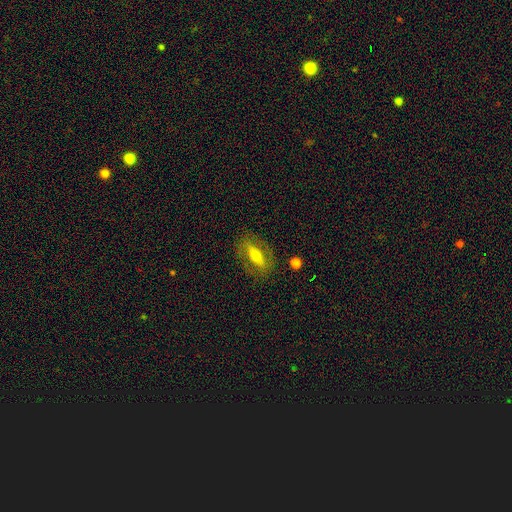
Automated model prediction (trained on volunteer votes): This appears to be a featured or disk galaxy (56%). Merging: none (80%).